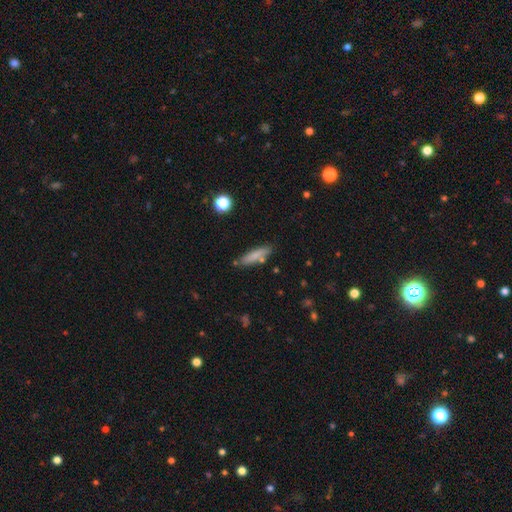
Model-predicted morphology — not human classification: smooth-or-featured: smooth: 79% | featured or disk: 13% | star or artifact: 8%
  how-rounded: cigar-shaped: 73% | in between: 25% | round: 2%
  merging: none: 77% | minor disturbance: 14% | merger: 6% | major disturbance: 3%